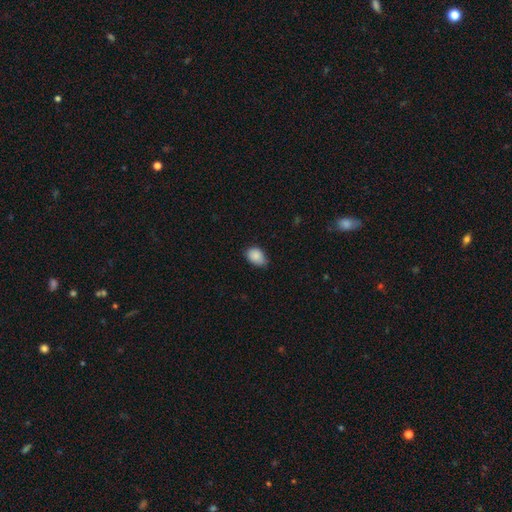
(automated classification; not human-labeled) Q: Smooth or featured?
A: smooth (87%); runner-up: star or artifact (8%)
Q: How rounded?
A: in between (75%); runner-up: round (24%)
Q: Merging?
A: none (61%); runner-up: minor disturbance (34%)